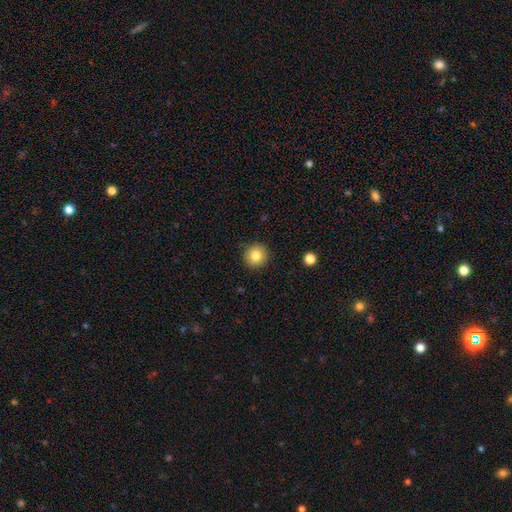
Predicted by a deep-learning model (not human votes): smooth_or_featured: smooth (p=0.82) [alt: star or artifact p=0.10]
how_rounded: round (p=0.94) [alt: in between p=0.05]
merging: none (p=0.91) [alt: minor disturbance p=0.06]